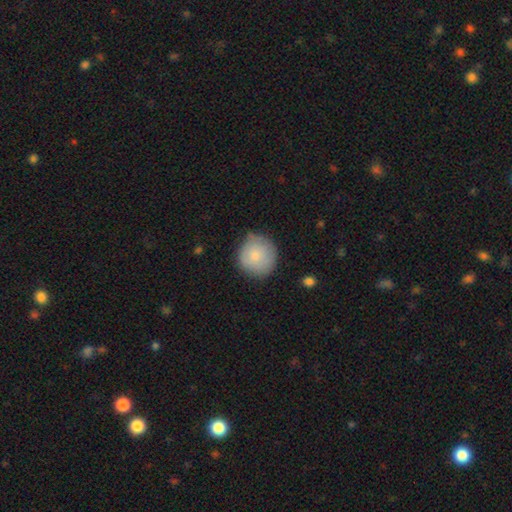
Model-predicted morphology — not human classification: smooth_or_featured: smooth (p=0.79) [alt: featured or disk p=0.15]
how_rounded: round (p=0.92) [alt: in between p=0.07]
merging: none (p=0.71) [alt: minor disturbance p=0.23]